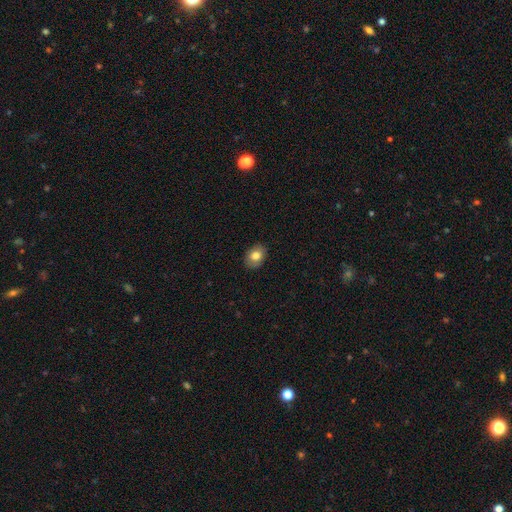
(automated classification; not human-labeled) smooth 81%, featured or disk 11%, star or artifact 8%. Down the decision tree: how rounded — in between (71%); merging — none (87%).